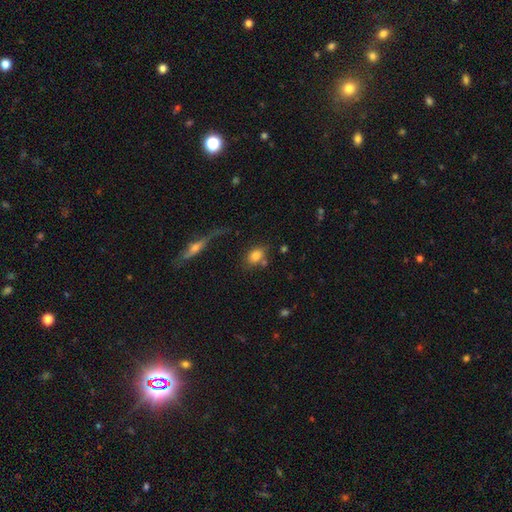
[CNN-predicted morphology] The model was most divided on "merging": none: 64%, minor disturbance: 15%, merger: 14%, major disturbance: 7%. More confident: smooth or featured — smooth (79%); how rounded — in between (76%).